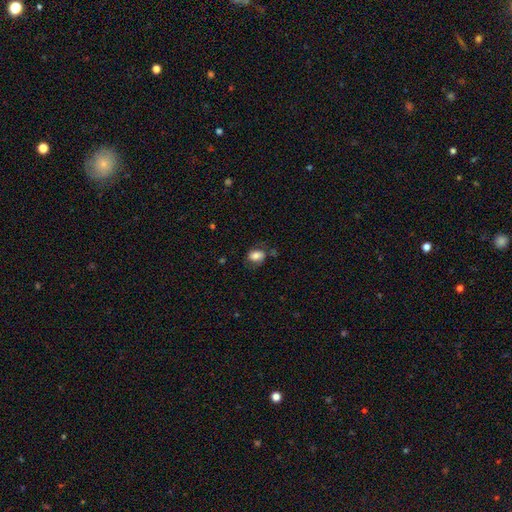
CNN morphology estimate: Smooth or featured? smooth (77%)
How rounded? in between (73%)
Merging? none (62%)